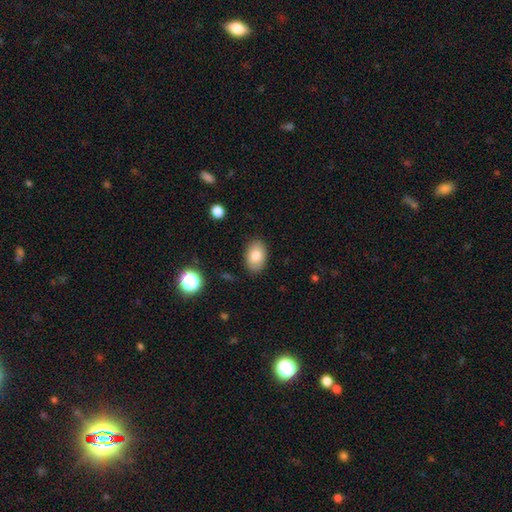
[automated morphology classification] This is clearly a smooth galaxy (81%). How rounded: clearly in between (87%). Merging: clearly none (86%).